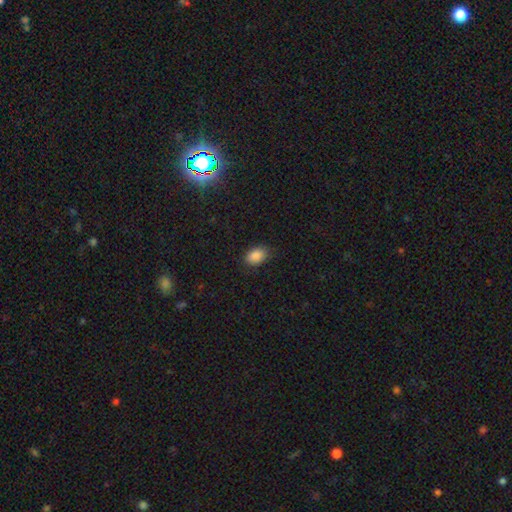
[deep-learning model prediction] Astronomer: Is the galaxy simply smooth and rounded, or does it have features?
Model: smooth — 87%.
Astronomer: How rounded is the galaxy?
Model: in between — 84%.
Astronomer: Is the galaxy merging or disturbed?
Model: none — 82%.